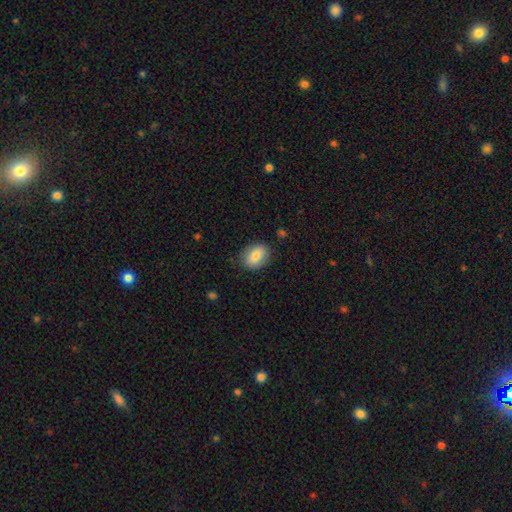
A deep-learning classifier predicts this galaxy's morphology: smooth-or-featured: smooth: 83% | featured or disk: 9% | star or artifact: 7%
  how-rounded: in between: 74% | round: 25% | cigar-shaped: 1%
  merging: none: 84% | minor disturbance: 12% | major disturbance: 3% | merger: 1%